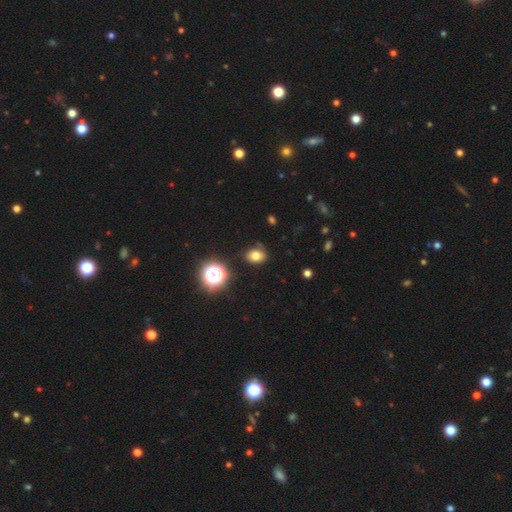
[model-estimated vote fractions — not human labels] Smooth or featured?
  - smooth: 74% *
  - star or artifact: 16%
  - featured or disk: 9%
How rounded?
  - in between: 63% *
  - round: 36%
  - cigar-shaped: 1%
Merging?
  - none: 80% *
  - minor disturbance: 14%
  - major disturbance: 3%
  - merger: 2%